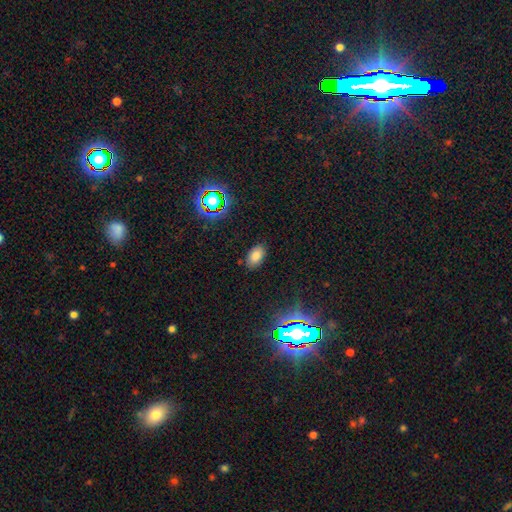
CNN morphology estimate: smooth 78%, star or artifact 15%, featured or disk 7%. Down the decision tree: how rounded — in between (92%); merging — none (85%).